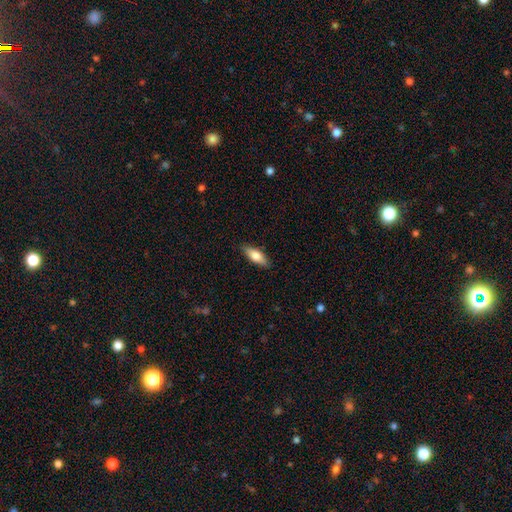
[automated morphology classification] The model was most divided on "how rounded": in between: 67%, cigar-shaped: 31%, round: 2%. More confident: merging — none (88%); smooth or featured — smooth (74%).